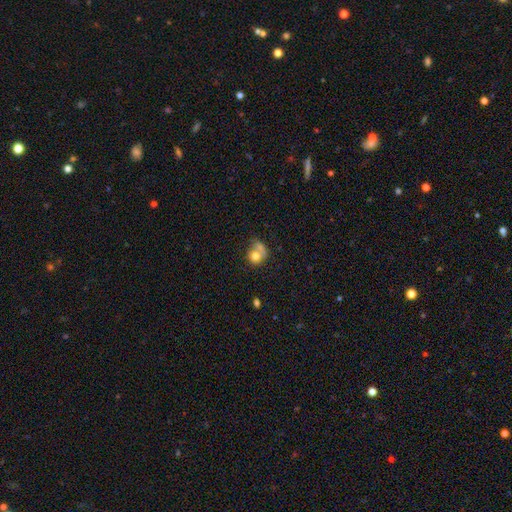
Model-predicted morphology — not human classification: Q: Smooth or featured?
A: smooth (73%); runner-up: featured or disk (18%)
Q: How rounded?
A: round (71%); runner-up: in between (28%)
Q: Merging?
A: merger (38%); runner-up: none (31%)